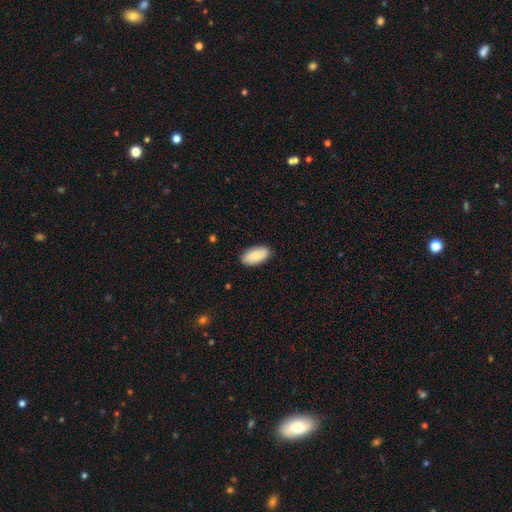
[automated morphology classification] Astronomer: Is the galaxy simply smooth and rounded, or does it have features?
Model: smooth — 83%.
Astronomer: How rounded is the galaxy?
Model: in between — 95%.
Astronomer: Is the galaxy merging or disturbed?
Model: none — 86%.